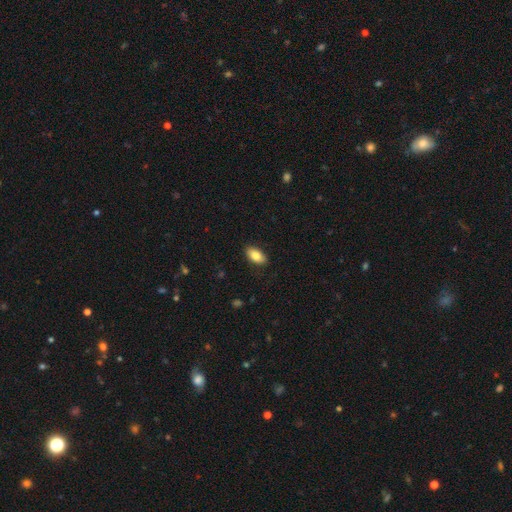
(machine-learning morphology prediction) smooth_or_featured: smooth (p=0.84) [alt: featured or disk p=0.09]
how_rounded: in between (p=0.92) [alt: cigar-shaped p=0.05]
merging: none (p=0.88) [alt: minor disturbance p=0.09]